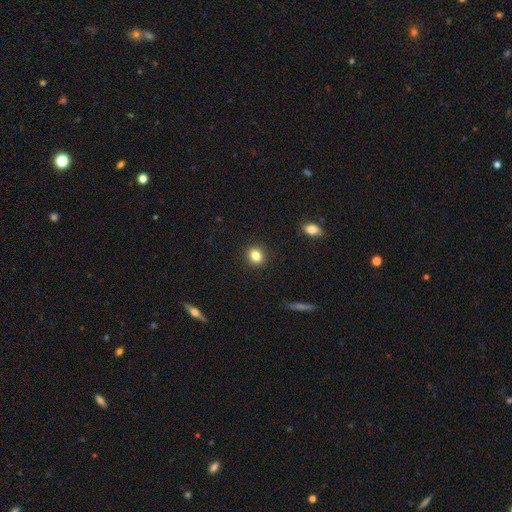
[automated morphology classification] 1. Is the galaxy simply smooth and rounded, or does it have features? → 82% smooth, 11% star or artifact, 7% featured or disk.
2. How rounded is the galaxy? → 70% round, 28% in between, 1% cigar-shaped.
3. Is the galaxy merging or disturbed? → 91% none, 6% minor disturbance, 2% major disturbance, 1% merger.